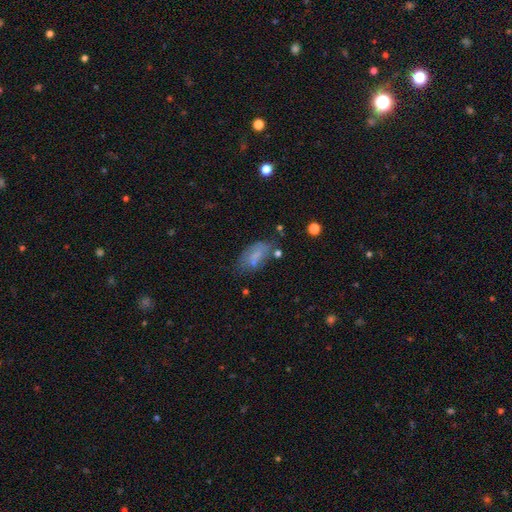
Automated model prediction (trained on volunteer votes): smooth_or_featured: smooth (p=0.61) [alt: featured or disk p=0.29]
how_rounded: in between (p=0.89) [alt: cigar-shaped p=0.07]
merging: none (p=0.53) [alt: minor disturbance p=0.27]